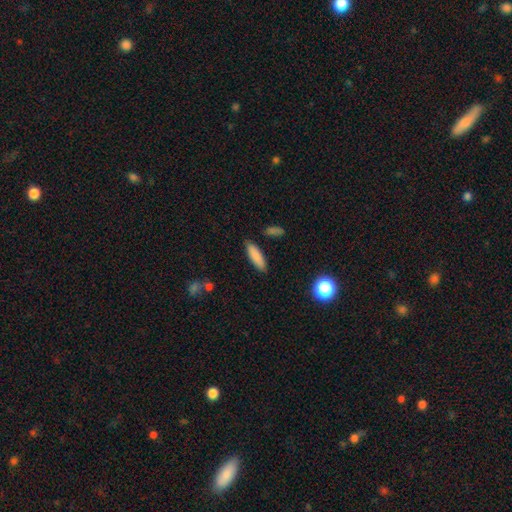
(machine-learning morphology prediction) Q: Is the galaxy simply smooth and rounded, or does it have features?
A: smooth — 86%.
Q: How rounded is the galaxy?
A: cigar-shaped — 51%.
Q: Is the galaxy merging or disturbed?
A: none — 85%.